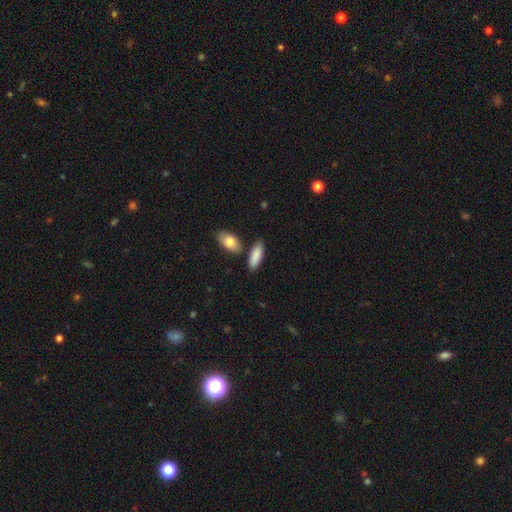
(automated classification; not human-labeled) This is clearly a smooth galaxy (88%). How rounded: likely in between (72%). Merging: likely none (74%).